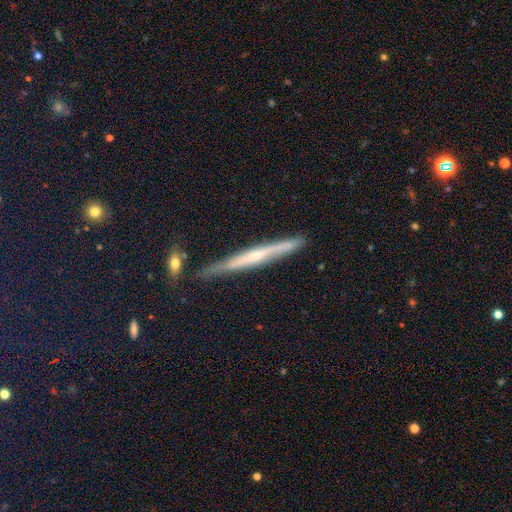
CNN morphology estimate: This appears to be a featured or disk galaxy (63%) viewed edge-on (95%) with no central bulge (55%). Merging: none (83%).